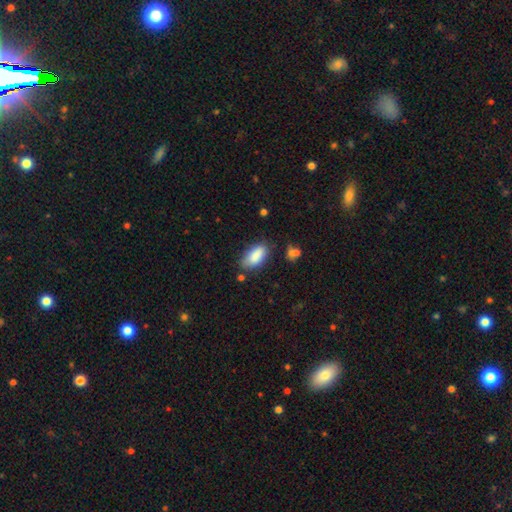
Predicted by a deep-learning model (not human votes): A smooth galaxy with no disk features (87%) that is in between round and cigar-shaped (91%). Merging: none (73%).